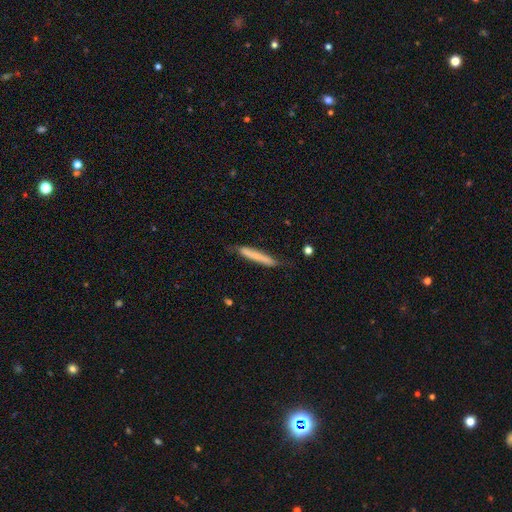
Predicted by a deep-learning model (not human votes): Smooth or featured: smooth — 69% (featured or disk — 25%)
How rounded: cigar-shaped — 95% (in between — 3%)
Merging: none — 76% (minor disturbance — 18%)